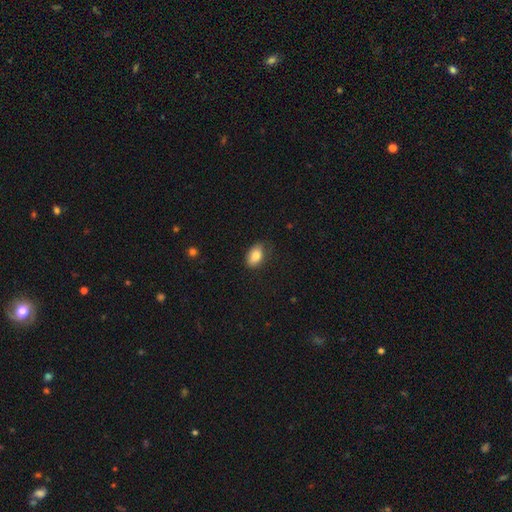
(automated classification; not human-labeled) Smooth or featured: smooth — 83% (featured or disk — 9%)
How rounded: in between — 89% (round — 9%)
Merging: none — 74% (minor disturbance — 20%)